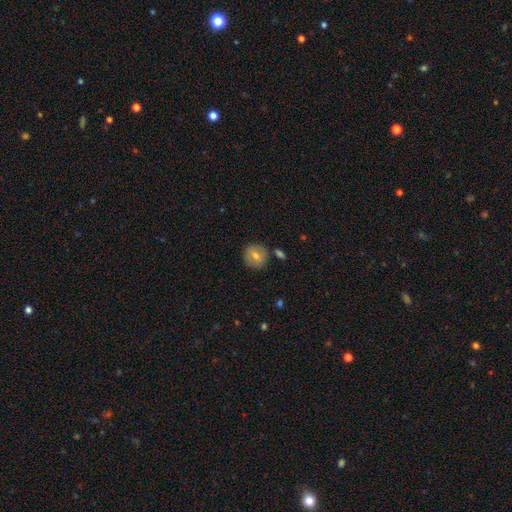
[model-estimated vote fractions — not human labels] Morphology: type=smooth (67%); roundness=round (90%); merging=none (83%).